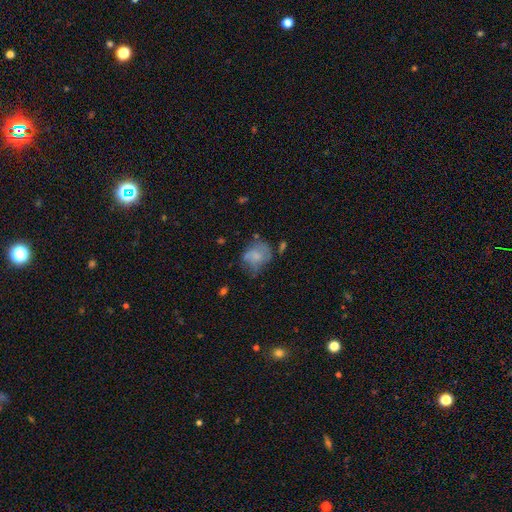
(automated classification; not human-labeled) Smooth or featured: smooth — 64% (featured or disk — 27%)
How rounded: round — 56% (in between — 43%)
Merging: none — 44% (minor disturbance — 30%)